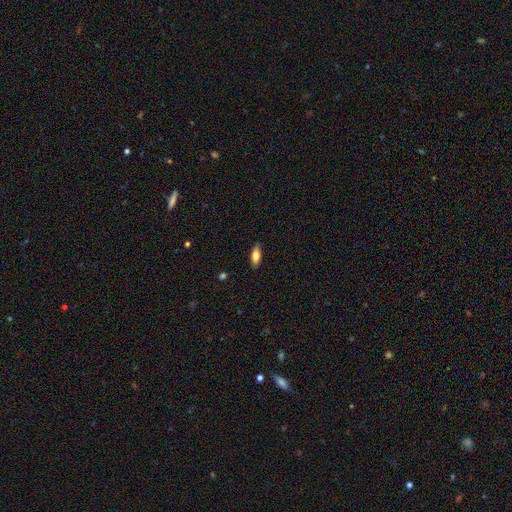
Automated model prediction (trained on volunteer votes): smooth 74%, featured or disk 19%, star or artifact 7%. Down the decision tree: how rounded — in between (75%); merging — none (87%).